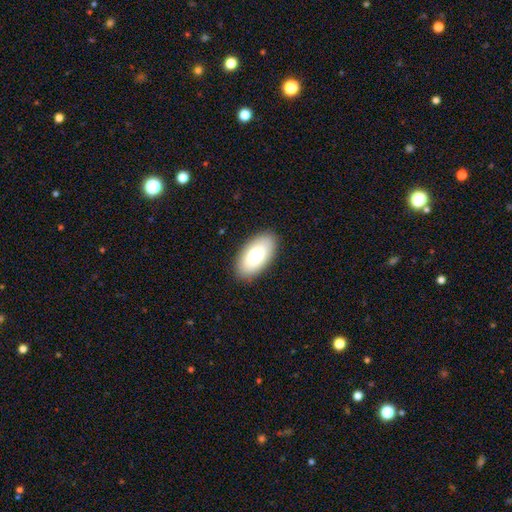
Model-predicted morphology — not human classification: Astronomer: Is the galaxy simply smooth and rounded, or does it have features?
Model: smooth — 75%.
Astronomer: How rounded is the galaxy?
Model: in between — 94%.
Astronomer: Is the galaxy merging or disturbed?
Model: none — 88%.